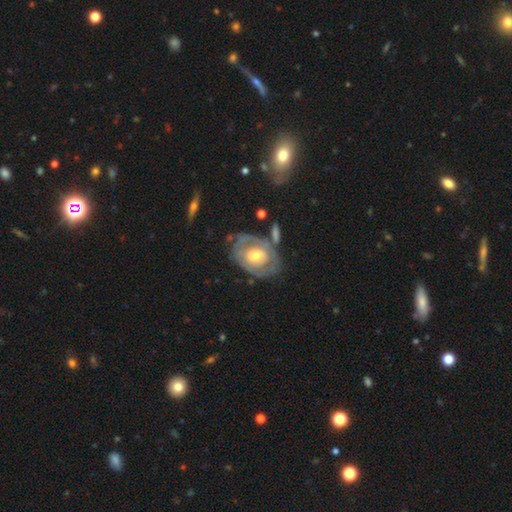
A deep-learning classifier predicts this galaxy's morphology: A featured or disk galaxy (69%) with no bar (65%), spiral arms (58%) and a moderate central bulge (60%). Merging: none (60%).